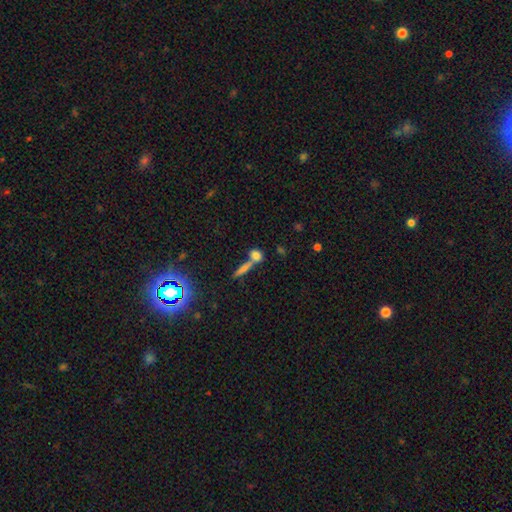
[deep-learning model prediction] The model was most divided on "merging": none: 45%, merger: 42%, minor disturbance: 8%, major disturbance: 4%. Remaining: smooth or featured — smooth (73%); how rounded — in between (46%).